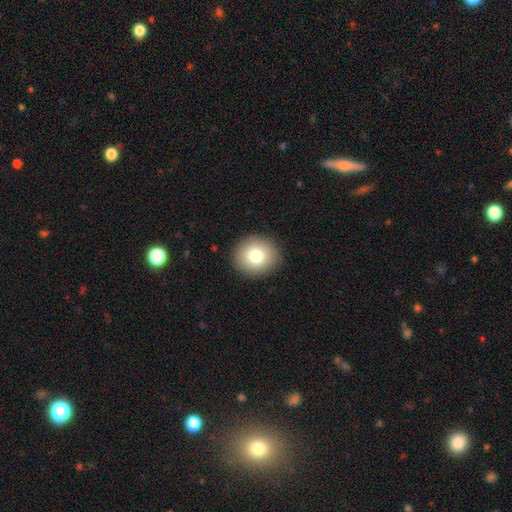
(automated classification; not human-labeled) Smooth or featured: smooth — 79% (featured or disk — 11%)
How rounded: round — 79% (in between — 20%)
Merging: none — 90% (minor disturbance — 7%)